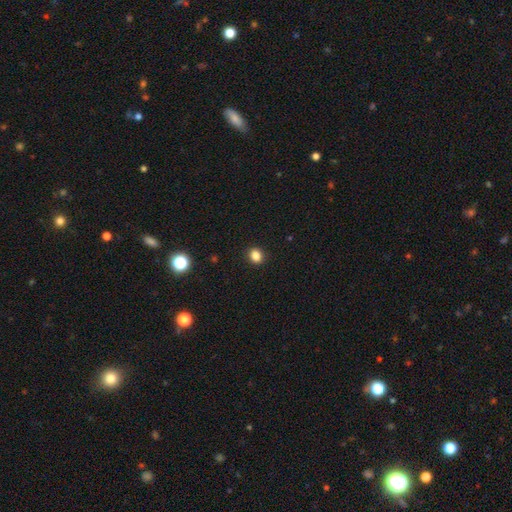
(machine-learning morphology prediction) The model was most divided on "how rounded": round: 63%, in between: 36%, cigar-shaped: 1%. More confident: merging — none (91%); smooth or featured — smooth (84%).